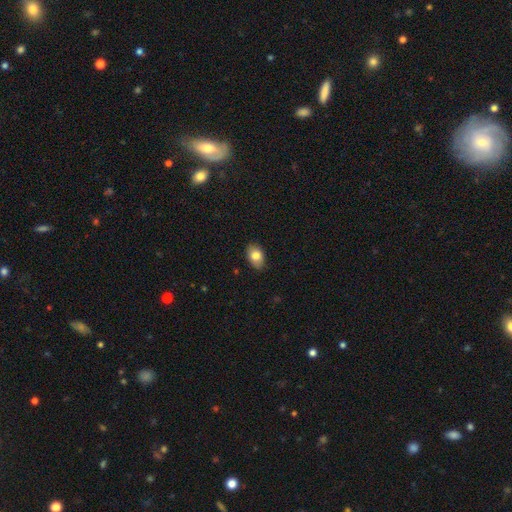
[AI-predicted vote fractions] A smooth galaxy with no disk features (81%) that is in between round and cigar-shaped (85%).

Vote fractions:
- Smooth or featured? smooth: 81% / featured or disk: 11% / star or artifact: 8%
- How rounded? in between: 85% / round: 13% / cigar-shaped: 1%
- Merging? none: 87% / minor disturbance: 10% / major disturbance: 2% / merger: 1%